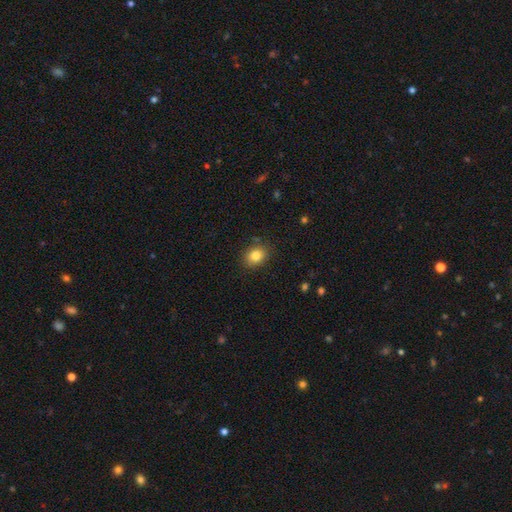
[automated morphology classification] smooth 82%, star or artifact 10%, featured or disk 7%. Down the decision tree: how rounded — in between (51%); merging — none (85%).